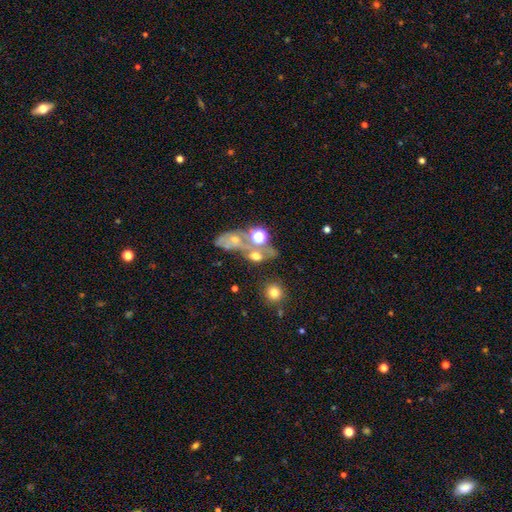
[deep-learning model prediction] smooth-or-featured: smooth: 48% | featured or disk: 28% | star or artifact: 25%
  merging: merger: 43% | none: 31% | major disturbance: 14% | minor disturbance: 13%